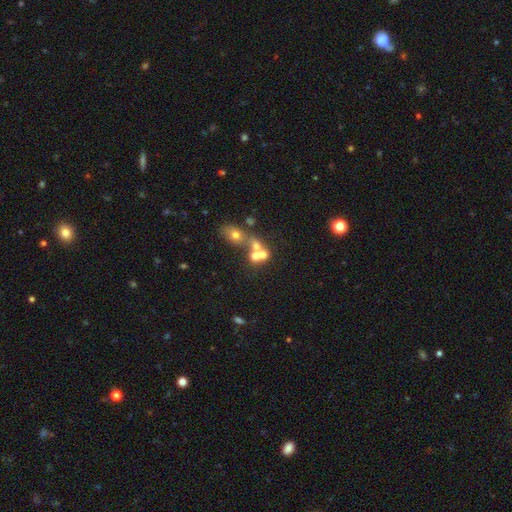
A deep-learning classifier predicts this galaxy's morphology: This appears to be a smooth galaxy with no disk features (54%) that is round (60%). Merging: merger (60%).